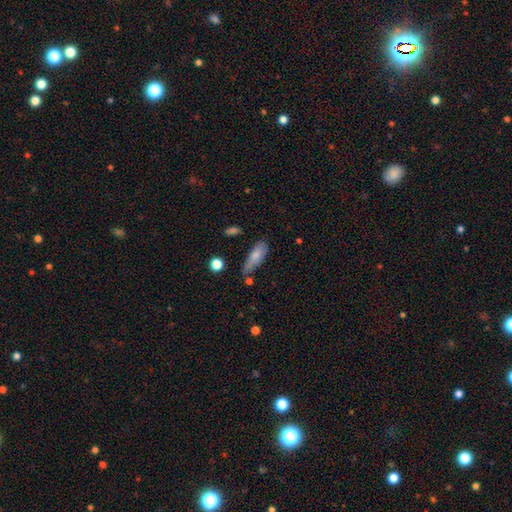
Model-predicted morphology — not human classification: Overall: smooth (75%). How rounded: in between (65%; cigar-shaped 32%). Merging: none (44%; minor disturbance 36%).